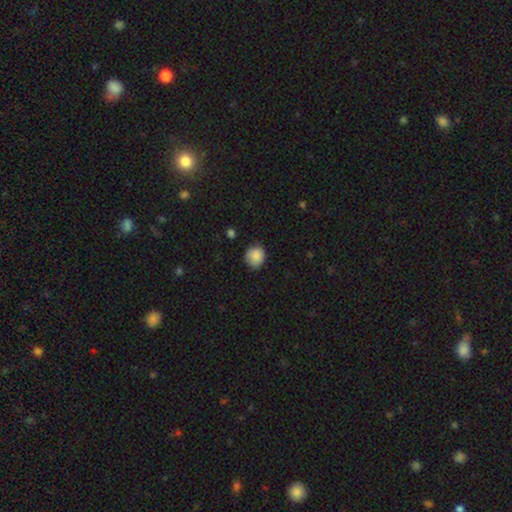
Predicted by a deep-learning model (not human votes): Smooth or featured? smooth (87%)
How rounded? round (82%)
Merging? none (79%)